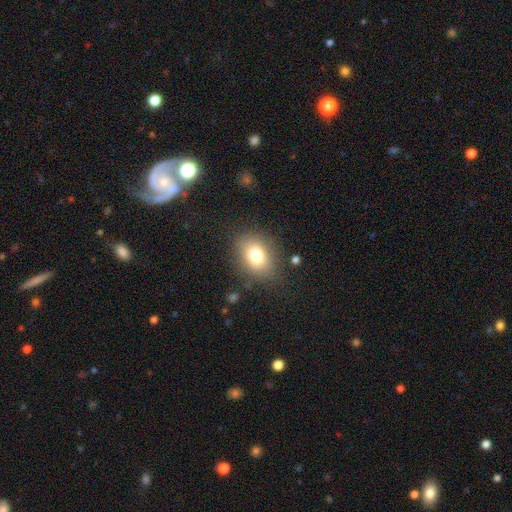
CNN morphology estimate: This appears to be a smooth galaxy with no disk features (77%) that is in between round and cigar-shaped (62%). Merging: none (81%).